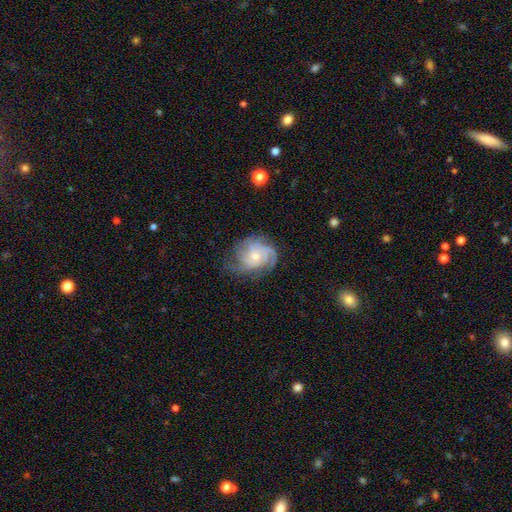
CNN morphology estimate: Smooth or featured? featured or disk (82%)
Edge-on disk? no (98%)
Bar? no (76%)
Spiral arms? yes (96%)
Spiral winding? tight (52%)
Spiral arm count? 3 (29%)
Bulge size? small (58%)
Merging? none (63%)